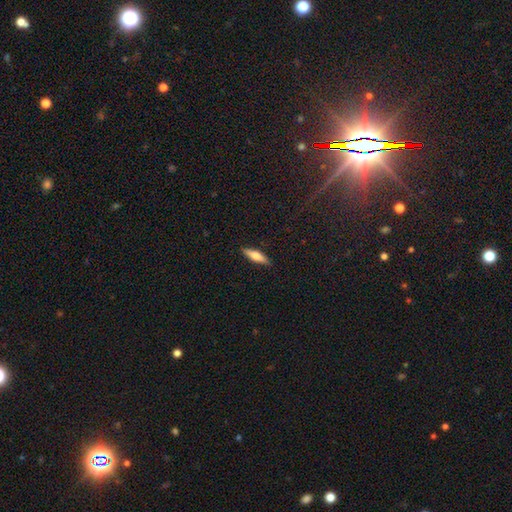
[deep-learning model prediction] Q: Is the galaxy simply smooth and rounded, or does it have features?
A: smooth — 61%.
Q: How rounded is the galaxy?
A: cigar-shaped — 68%.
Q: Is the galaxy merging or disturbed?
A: none — 89%.